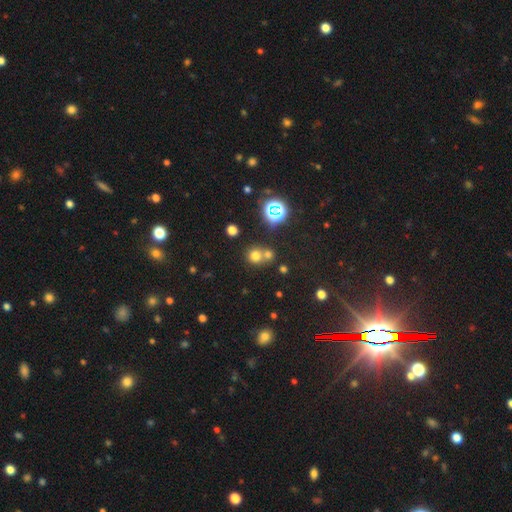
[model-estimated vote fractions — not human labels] Overall: smooth (65%; star or artifact 25%). How rounded: round (86%). Merging: none (51%; merger 39%).